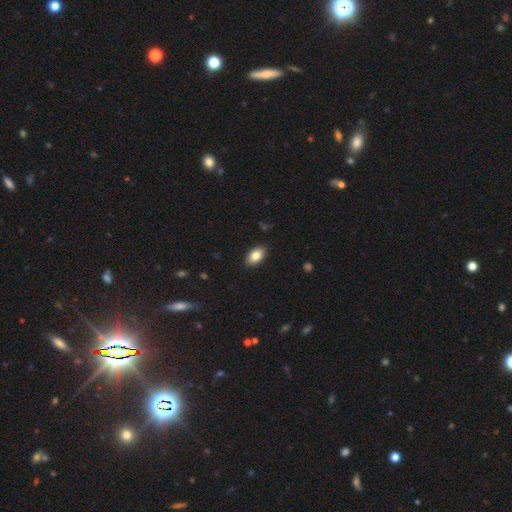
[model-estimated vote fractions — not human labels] Overall: smooth (82%). How rounded: in between (91%). Merging: none (89%).